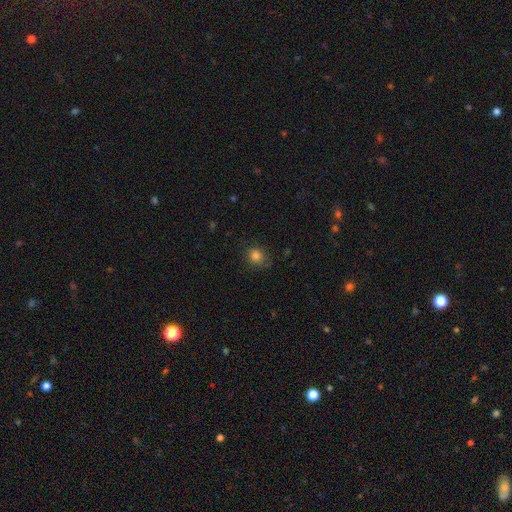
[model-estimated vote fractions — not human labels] This is clearly a smooth galaxy (82%). How rounded: likely round (76%). Merging: likely none (73%).